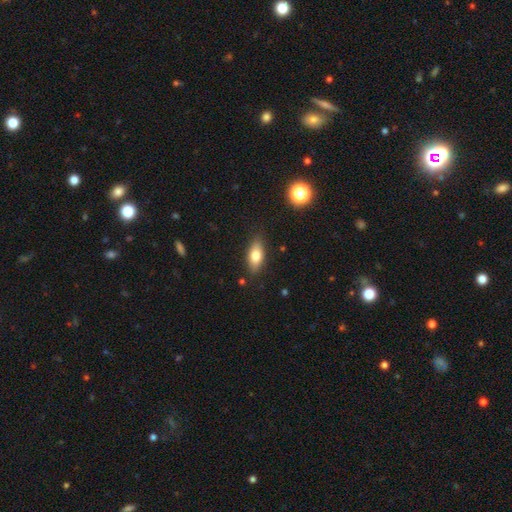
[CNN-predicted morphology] smooth 76%, featured or disk 17%, star or artifact 7%. Down the decision tree: how rounded — in between (84%); merging — none (84%).